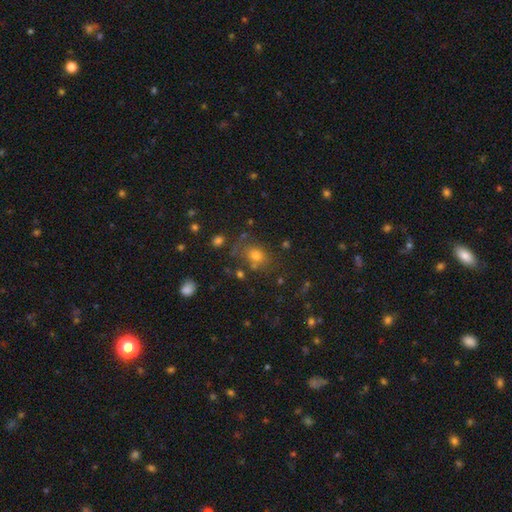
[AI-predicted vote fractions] A smooth galaxy with no disk features (69%) that is in between round and cigar-shaped (52%). Merging: none (64%).